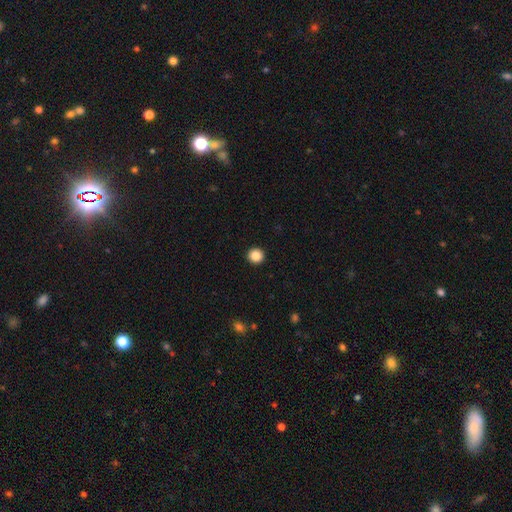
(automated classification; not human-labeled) Overall: smooth (87%). How rounded: round (95%). Merging: none (94%).